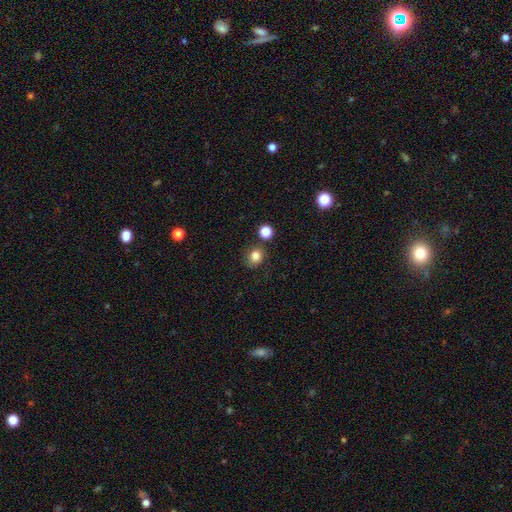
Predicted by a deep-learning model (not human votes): smooth_or_featured: smooth (p=0.81) [alt: star or artifact p=0.12]
how_rounded: round (p=0.76) [alt: in between p=0.24]
merging: none (p=0.78) [alt: minor disturbance p=0.12]